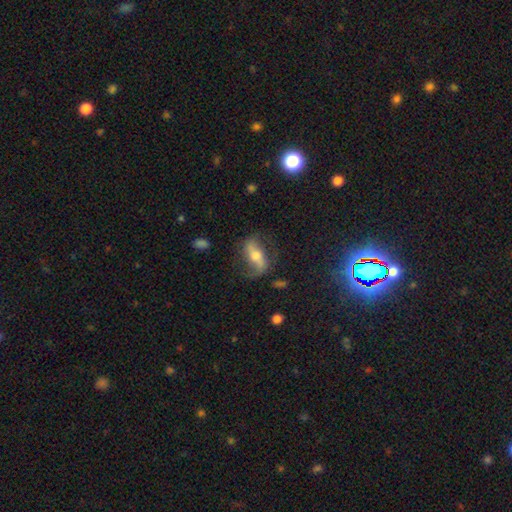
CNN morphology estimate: A featured or disk galaxy (70%) with a strong bar (46%), 2 (88%) loose (66%) spiral arms (86%) and a moderate central bulge (58%).

Vote fractions:
- Smooth or featured? featured or disk: 70% / smooth: 22% / star or artifact: 8%
- Edge-on disk? no: 86% / yes: 14%
- Bar? strong: 46% / weak: 29% / no: 25%
- Spiral arms? yes: 86% / no: 14%
- Spiral winding? loose: 66% / medium: 25% / tight: 9%
- Spiral arm count? 2: 88% / 1: 5% / can't tell: 5% / 3: 1% / 4: 1% / more than 4: 1%
- Bulge size? moderate: 58% / small: 28% / large: 10% / none: 3% / dominant: 2%
- Merging? none: 68% / minor disturbance: 18% / major disturbance: 12% / merger: 2%